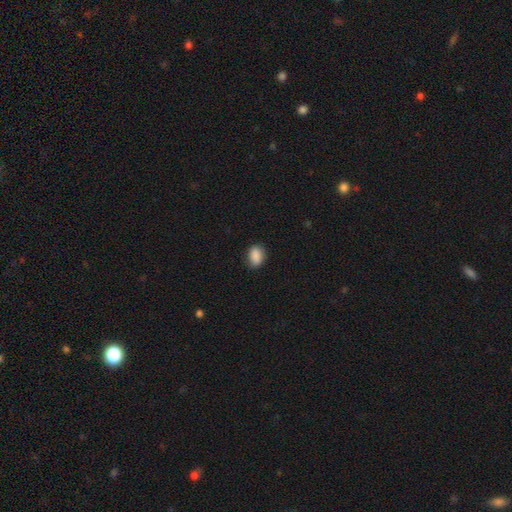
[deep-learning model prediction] Smooth or featured: smooth — 89% (star or artifact — 8%)
How rounded: in between — 79% (round — 20%)
Merging: none — 81% (minor disturbance — 15%)